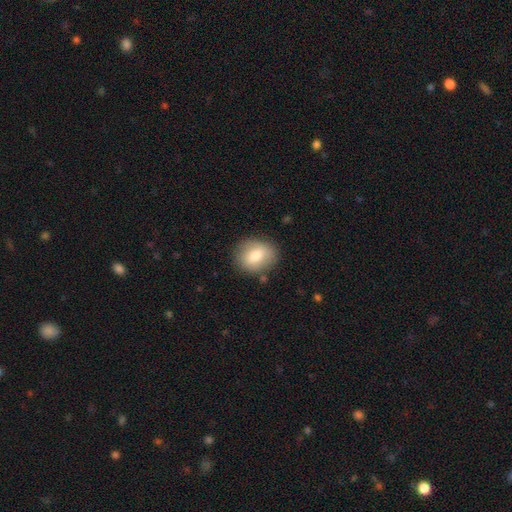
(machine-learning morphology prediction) smooth_or_featured: smooth (p=0.73) [alt: featured or disk p=0.19]
how_rounded: round (p=0.55) [alt: in between p=0.44]
merging: none (p=0.82) [alt: minor disturbance p=0.12]